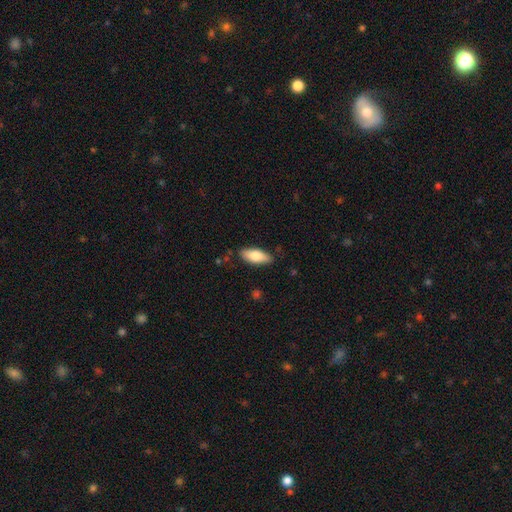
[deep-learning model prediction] This appears to be a smooth galaxy with no disk features (78%) that is in between round and cigar-shaped (80%). Merging: none (84%).